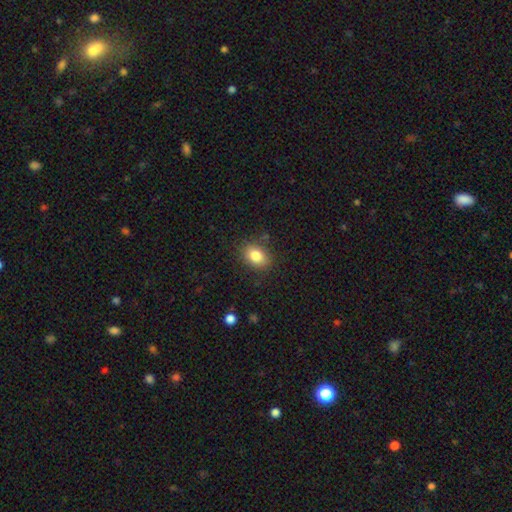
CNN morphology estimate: A smooth galaxy with no disk features (83%) that is in between round and cigar-shaped (72%).

Vote fractions:
- Smooth or featured? smooth: 83% / star or artifact: 9% / featured or disk: 8%
- How rounded? in between: 72% / round: 27% / cigar-shaped: 1%
- Merging? none: 83% / minor disturbance: 12% / major disturbance: 3% / merger: 2%